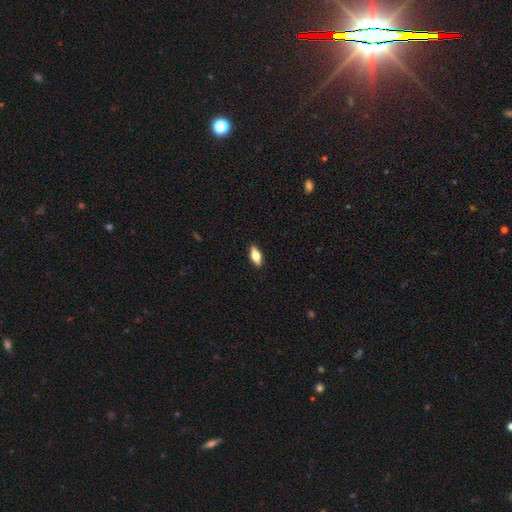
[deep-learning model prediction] Smooth or featured? Predicted: smooth (p=0.61). How rounded? Predicted: in between (p=0.77). Merging? Predicted: none (p=0.90).